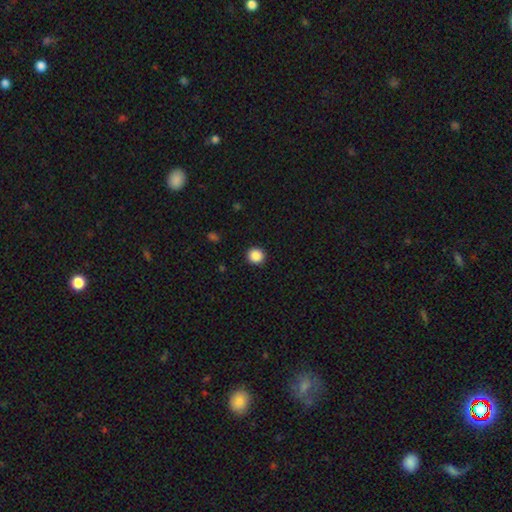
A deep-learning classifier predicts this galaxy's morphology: Smooth or featured? Predicted: smooth (p=0.88). How rounded? Predicted: round (p=0.94). Merging? Predicted: none (p=0.93).